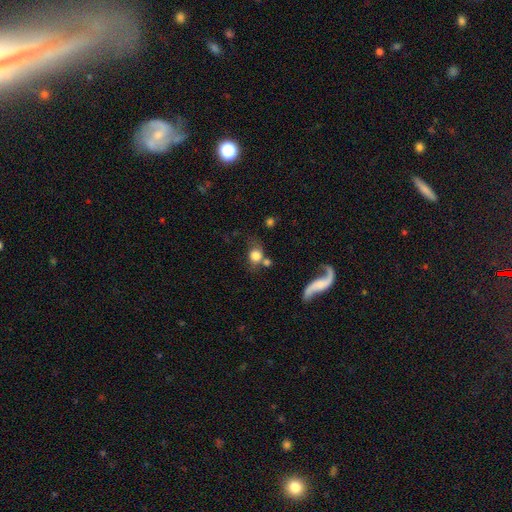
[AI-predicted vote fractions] A smooth galaxy with no disk features (71%) that is round (65%).

Vote fractions:
- Smooth or featured? smooth: 71% / featured or disk: 19% / star or artifact: 10%
- How rounded? round: 65% / in between: 32% / cigar-shaped: 3%
- Merging? none: 48% / merger: 22% / minor disturbance: 18% / major disturbance: 12%